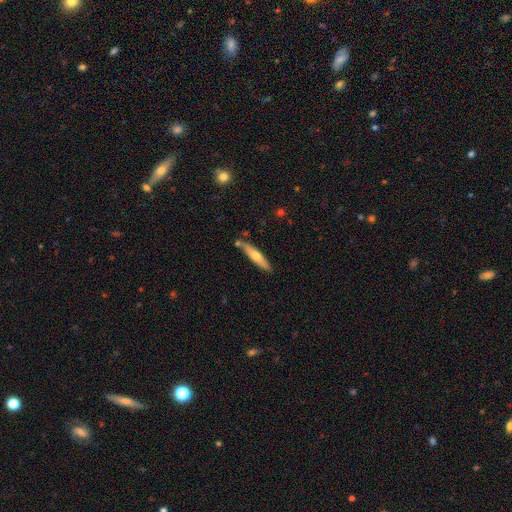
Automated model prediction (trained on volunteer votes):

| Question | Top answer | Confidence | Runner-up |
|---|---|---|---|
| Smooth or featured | smooth | 53% | featured or disk (41%) |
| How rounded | cigar-shaped | 86% | in between (12%) |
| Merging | none | 78% | minor disturbance (13%) |